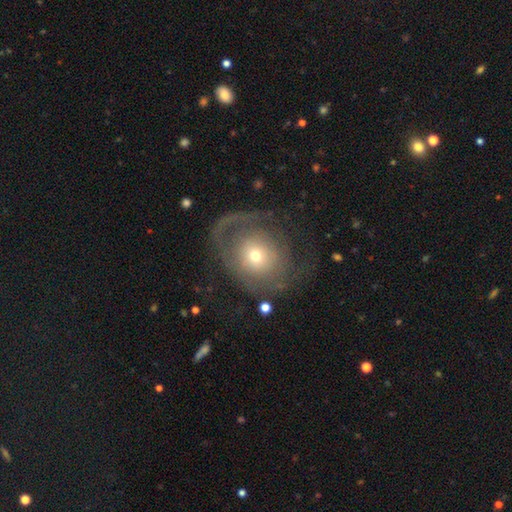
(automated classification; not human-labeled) Q: Smooth or featured?
A: featured or disk (52%); runner-up: smooth (38%)
Q: Edge-on disk?
A: no (95%); runner-up: yes (5%)
Q: Merging?
A: none (46%); runner-up: major disturbance (34%)